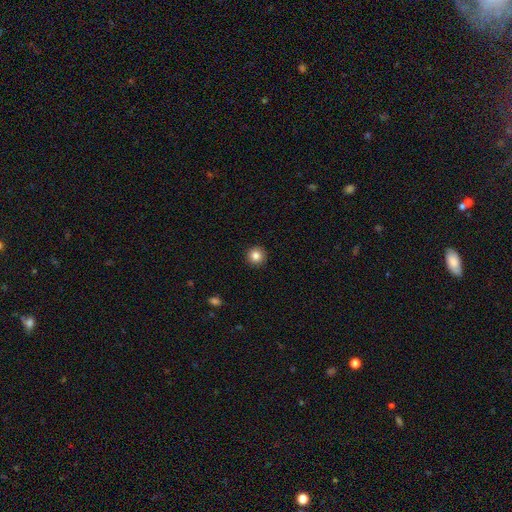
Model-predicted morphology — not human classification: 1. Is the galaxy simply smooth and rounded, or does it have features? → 84% smooth, 10% star or artifact, 6% featured or disk.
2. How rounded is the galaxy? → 95% round, 4% in between, 1% cigar-shaped.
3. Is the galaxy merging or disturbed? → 93% none, 5% minor disturbance, 2% major disturbance, 1% merger.